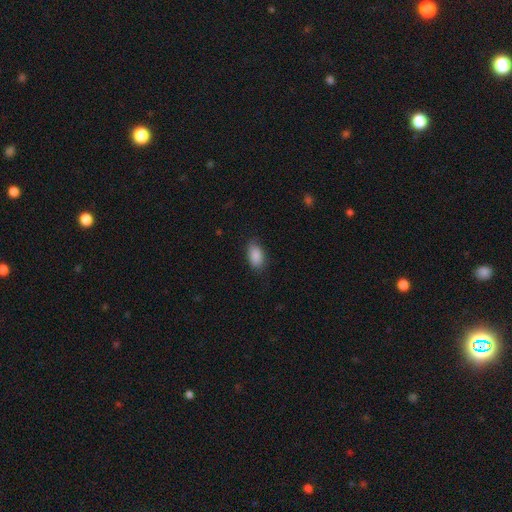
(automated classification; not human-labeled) A smooth galaxy with no disk features (89%) that is in between round and cigar-shaped (92%).

Vote fractions:
- Smooth or featured? smooth: 89% / star or artifact: 7% / featured or disk: 4%
- How rounded? in between: 92% / round: 5% / cigar-shaped: 3%
- Merging? none: 80% / minor disturbance: 15% / major disturbance: 4% / merger: 1%